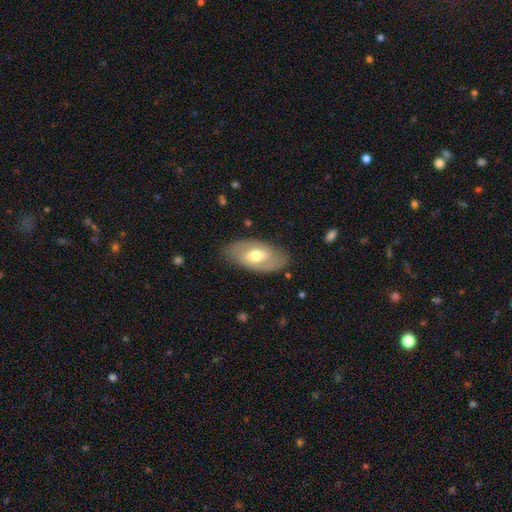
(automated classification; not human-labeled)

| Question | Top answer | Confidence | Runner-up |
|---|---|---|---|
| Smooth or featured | featured or disk | 50% | smooth (44%) |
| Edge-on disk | no | 88% | yes (12%) |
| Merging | none | 81% | minor disturbance (14%) |